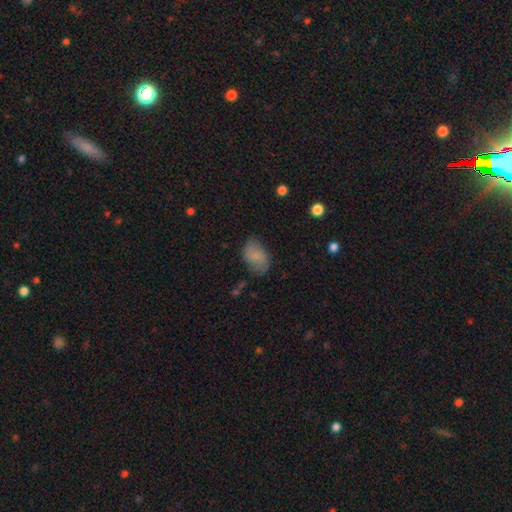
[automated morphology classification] Q: Smooth or featured?
A: smooth (72%); runner-up: featured or disk (19%)
Q: How rounded?
A: in between (87%); runner-up: round (12%)
Q: Merging?
A: none (65%); runner-up: minor disturbance (26%)